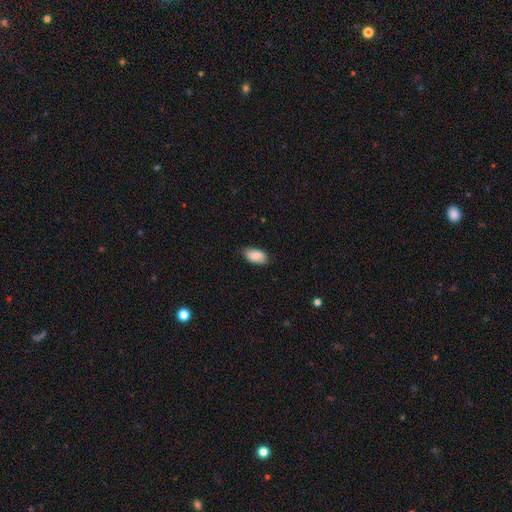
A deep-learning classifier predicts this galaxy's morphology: smooth-or-featured: smooth: 88% | star or artifact: 7% | featured or disk: 6%
  how-rounded: in between: 94% | round: 3% | cigar-shaped: 3%
  merging: none: 80% | minor disturbance: 16% | major disturbance: 3% | merger: 1%